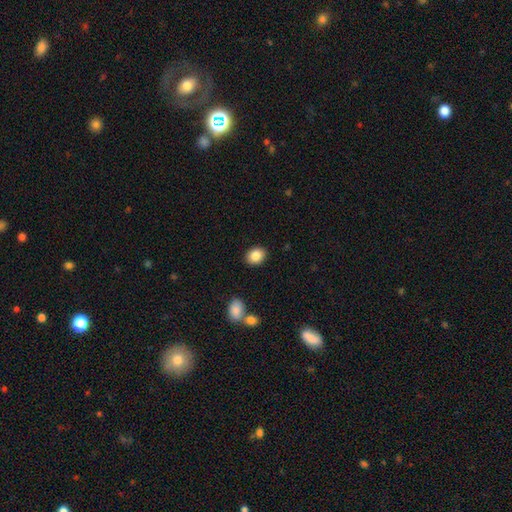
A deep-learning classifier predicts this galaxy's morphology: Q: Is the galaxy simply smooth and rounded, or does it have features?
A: smooth — 87%.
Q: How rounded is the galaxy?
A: in between — 53%.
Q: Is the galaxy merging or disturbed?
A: none — 89%.